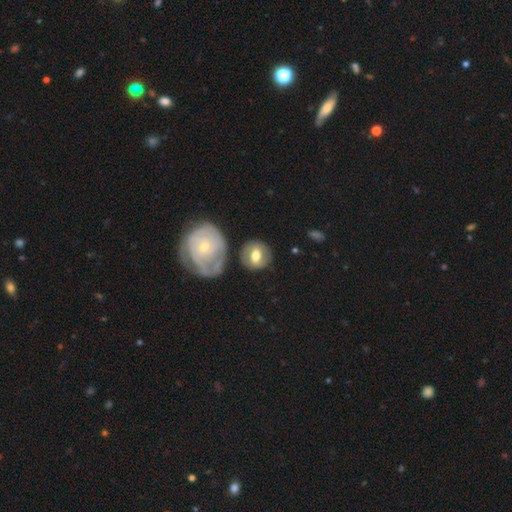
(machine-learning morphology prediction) A smooth galaxy with no disk features (54%) that is round (74%).

Vote fractions:
- Smooth or featured? smooth: 54% / featured or disk: 41% / star or artifact: 6%
- How rounded? round: 74% / in between: 24% / cigar-shaped: 1%
- Merging? none: 74% / minor disturbance: 13% / merger: 9% / major disturbance: 5%